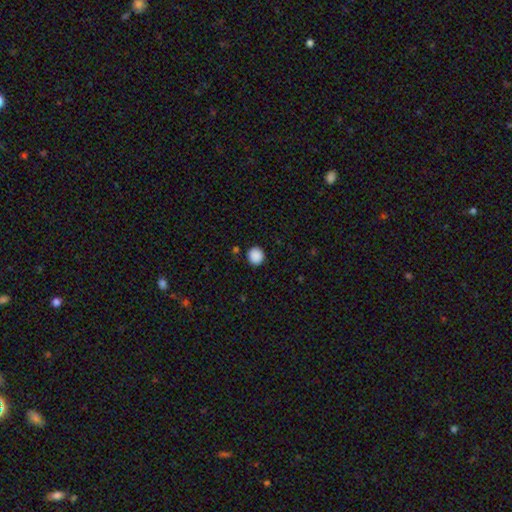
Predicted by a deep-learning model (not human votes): smooth 89%, star or artifact 9%, featured or disk 2%. Down the decision tree: how rounded — round (91%); merging — none (90%).